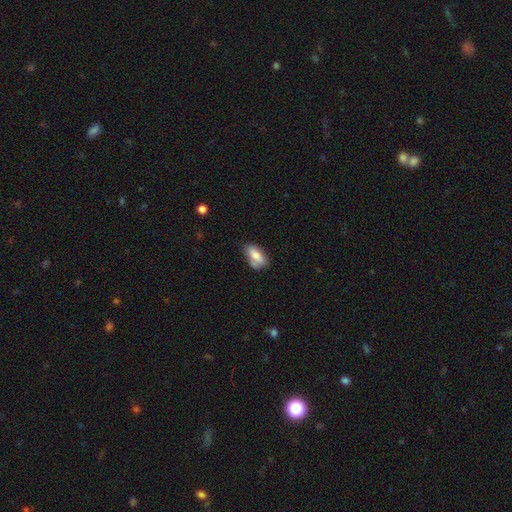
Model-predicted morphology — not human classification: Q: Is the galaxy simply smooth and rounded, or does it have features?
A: smooth — 74%.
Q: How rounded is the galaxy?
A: in between — 82%.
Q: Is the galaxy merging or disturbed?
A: none — 59%.